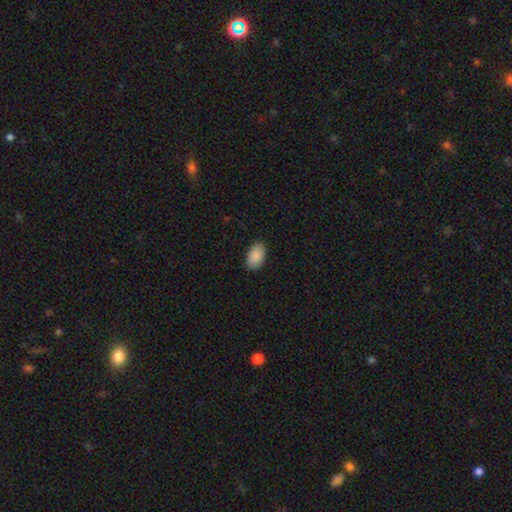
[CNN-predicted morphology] smooth-or-featured: smooth: 89% | star or artifact: 6% | featured or disk: 4%
  how-rounded: in between: 94% | round: 5% | cigar-shaped: 1%
  merging: none: 88% | minor disturbance: 9% | major disturbance: 2% | merger: 1%